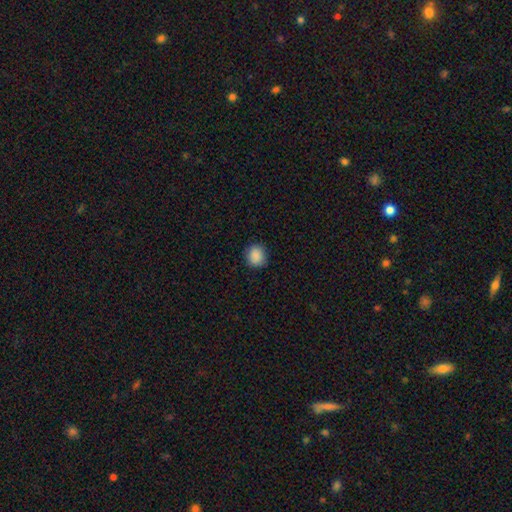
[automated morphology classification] type=smooth (89%); roundness=round (80%); merging=none (87%).